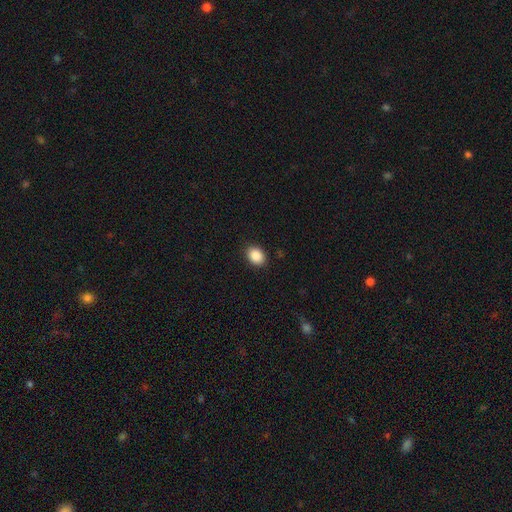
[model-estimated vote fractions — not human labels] Smooth or featured?
  - smooth: 88% *
  - star or artifact: 8%
  - featured or disk: 3%
How rounded?
  - in between: 60% *
  - round: 39%
  - cigar-shaped: 1%
Merging?
  - none: 89% *
  - minor disturbance: 8%
  - major disturbance: 2%
  - merger: 1%